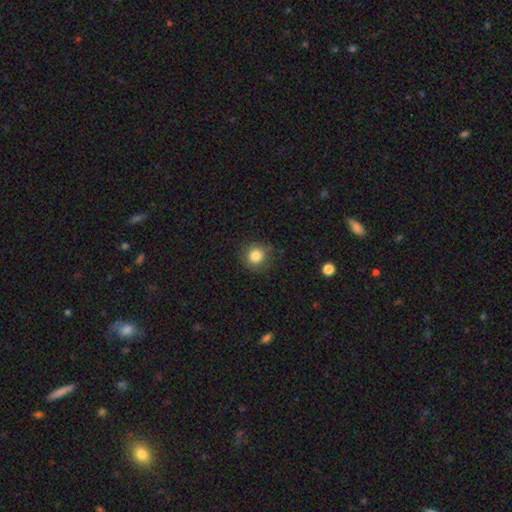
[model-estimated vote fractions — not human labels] Smooth or featured? smooth (83%)
How rounded? round (90%)
Merging? none (82%)